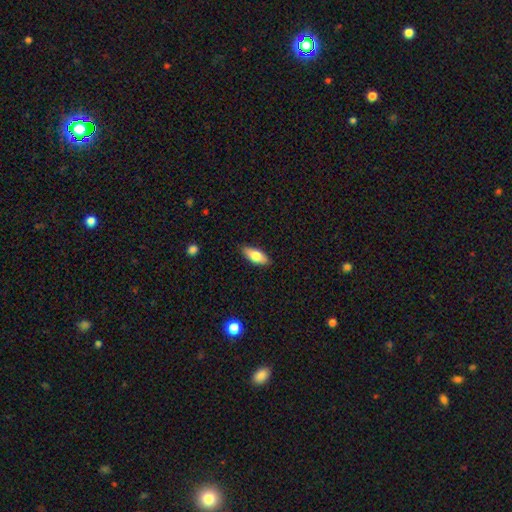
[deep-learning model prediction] Smooth or featured? Predicted: smooth (p=0.78). How rounded? Predicted: in between (p=0.81). Merging? Predicted: none (p=0.86).